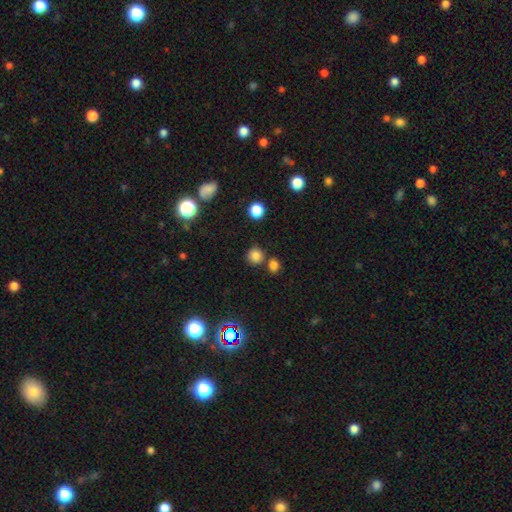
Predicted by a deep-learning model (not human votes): smooth_or_featured: smooth (p=0.78) [alt: star or artifact p=0.16]
how_rounded: round (p=0.90) [alt: in between p=0.09]
merging: none (p=0.74) [alt: merger p=0.15]